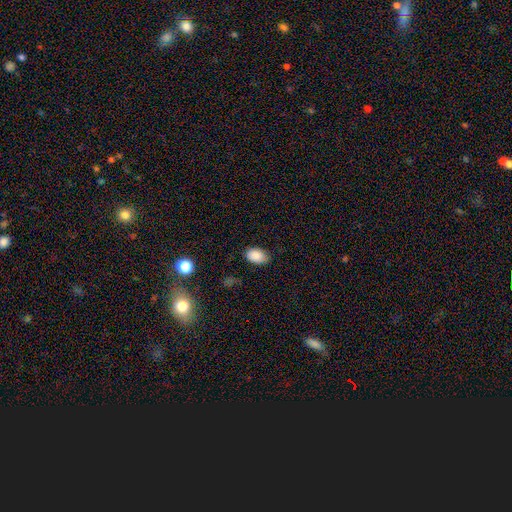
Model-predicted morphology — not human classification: smooth_or_featured: smooth (p=0.88) [alt: star or artifact p=0.08]
how_rounded: in between (p=0.88) [alt: round p=0.11]
merging: none (p=0.78) [alt: minor disturbance p=0.17]